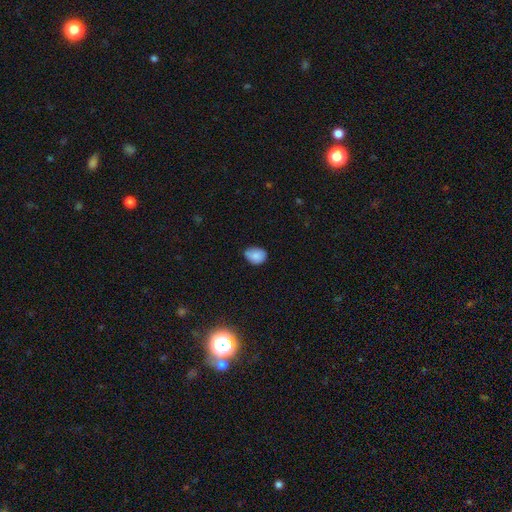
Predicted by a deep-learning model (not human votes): The model was most divided on "how rounded": in between: 62%, round: 37%, cigar-shaped: 1%. More confident: smooth or featured — smooth (84%); merging — none (64%).